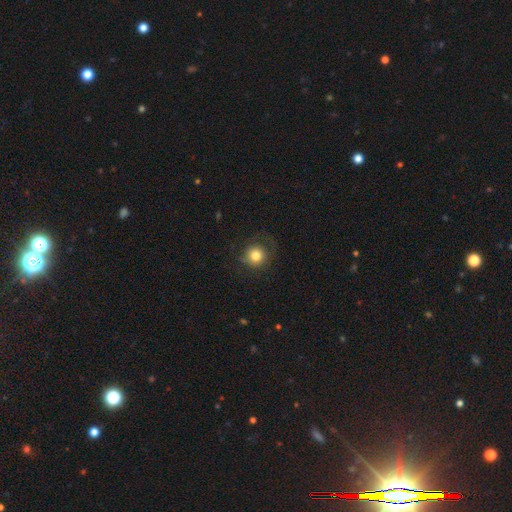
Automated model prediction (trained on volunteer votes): Smooth or featured?
  - smooth: 79% *
  - star or artifact: 11%
  - featured or disk: 10%
How rounded?
  - round: 93% *
  - in between: 6%
  - cigar-shaped: 1%
Merging?
  - none: 74% *
  - minor disturbance: 15%
  - major disturbance: 10%
  - merger: 1%